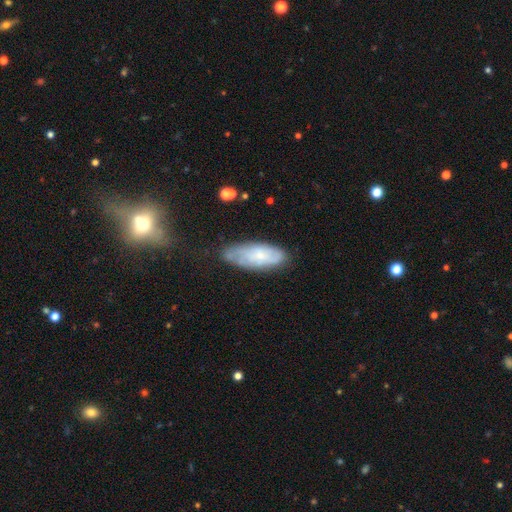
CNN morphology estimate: This appears to be a featured or disk galaxy (45%, tied with smooth). Merging: none (70%).